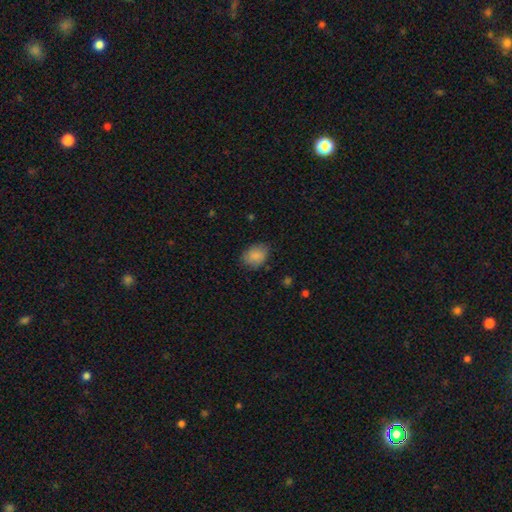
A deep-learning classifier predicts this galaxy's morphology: Smooth or featured? Predicted: smooth (p=0.86). How rounded? Predicted: in between (p=0.66). Merging? Predicted: none (p=0.76).